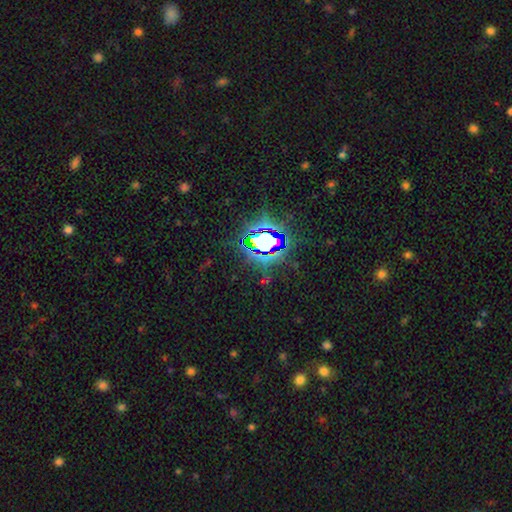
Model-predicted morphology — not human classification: Q: Smooth or featured?
A: star or artifact (82%); runner-up: smooth (11%)